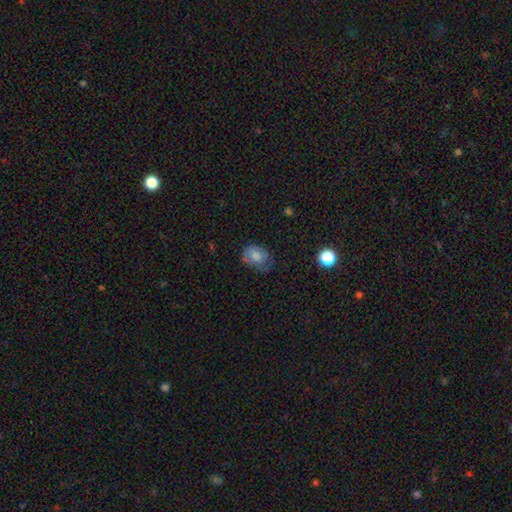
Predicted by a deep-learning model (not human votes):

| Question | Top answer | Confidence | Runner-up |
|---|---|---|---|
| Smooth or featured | smooth | 72% | featured or disk (19%) |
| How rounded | in between | 68% | round (31%) |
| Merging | none | 49% | minor disturbance (33%) |